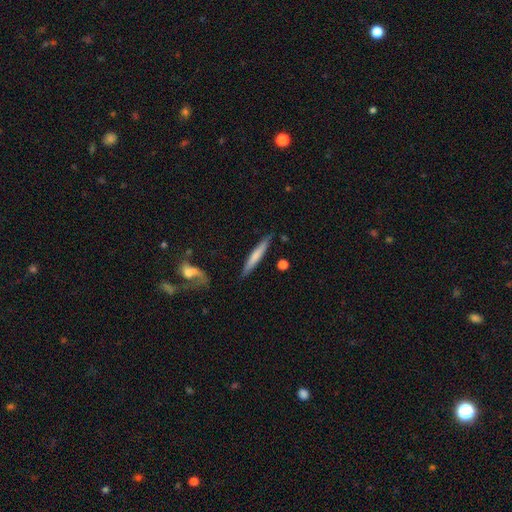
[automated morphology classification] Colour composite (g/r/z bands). It shows a smooth galaxy with no disk features (61%) that is cigar-shaped (94%). Merging: none (83%).